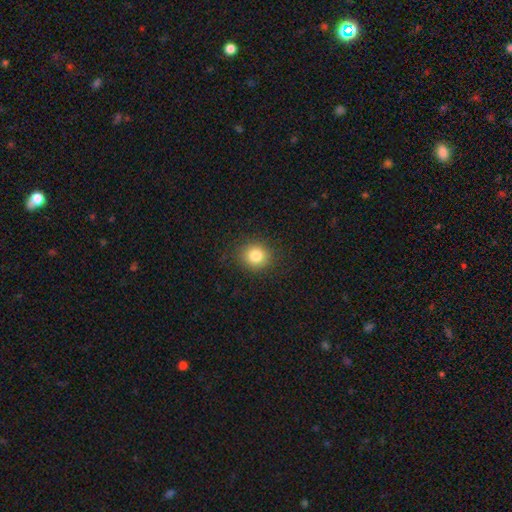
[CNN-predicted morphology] Smooth or featured: smooth — 82% (star or artifact — 11%)
How rounded: round — 82% (in between — 17%)
Merging: none — 89% (minor disturbance — 7%)